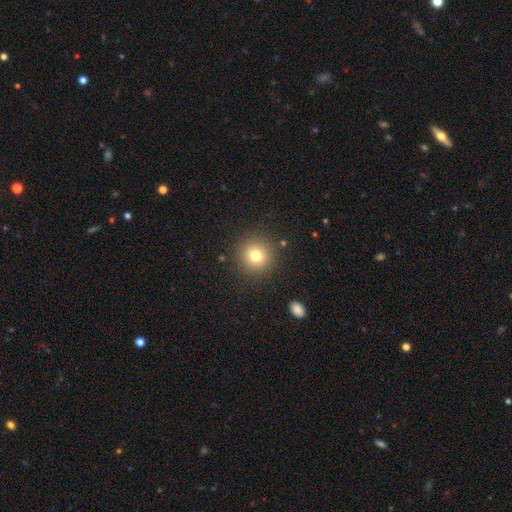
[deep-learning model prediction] A smooth galaxy with no disk features (77%) that is round (94%). Merging: none (89%).